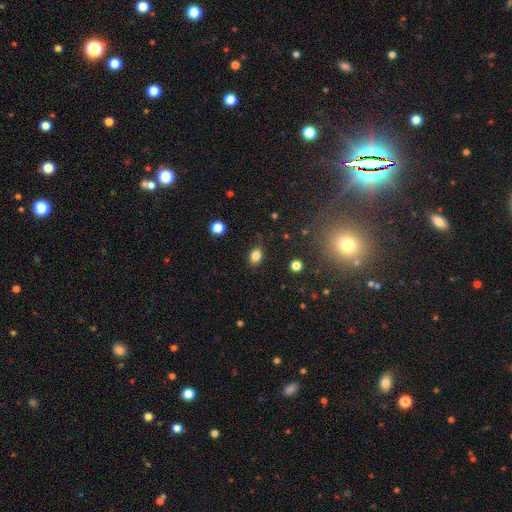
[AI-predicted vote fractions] smooth 83%, star or artifact 11%, featured or disk 6%. Down the decision tree: how rounded — in between (72%); merging — none (82%).